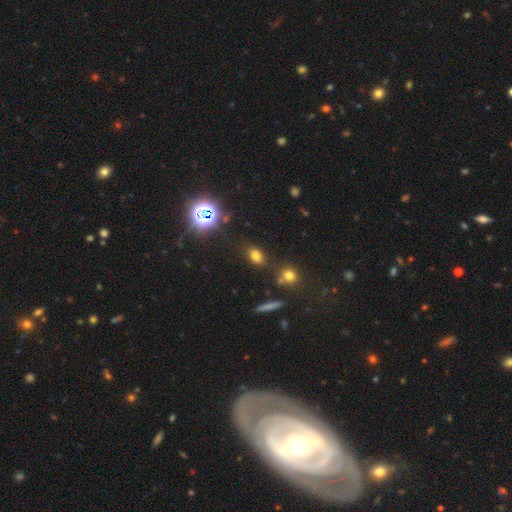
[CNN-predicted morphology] smooth-or-featured: smooth: 70% | star or artifact: 22% | featured or disk: 8%
  how-rounded: in between: 74% | round: 22% | cigar-shaped: 4%
  merging: none: 78% | minor disturbance: 12% | merger: 6% | major disturbance: 4%